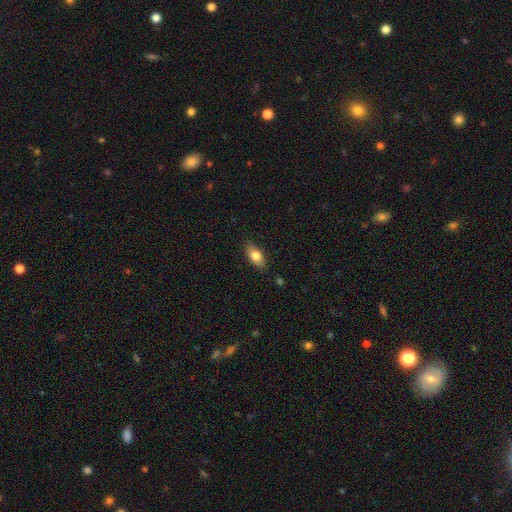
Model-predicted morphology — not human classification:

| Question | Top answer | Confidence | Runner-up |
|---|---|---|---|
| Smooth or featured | smooth | 80% | featured or disk (13%) |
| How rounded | in between | 87% | cigar-shaped (8%) |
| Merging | none | 85% | minor disturbance (12%) |